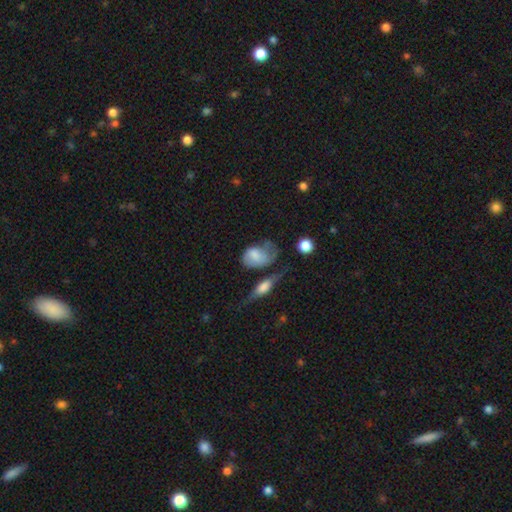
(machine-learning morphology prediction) Smooth or featured? smooth (69%)
How rounded? in between (76%)
Merging? major disturbance (37%)